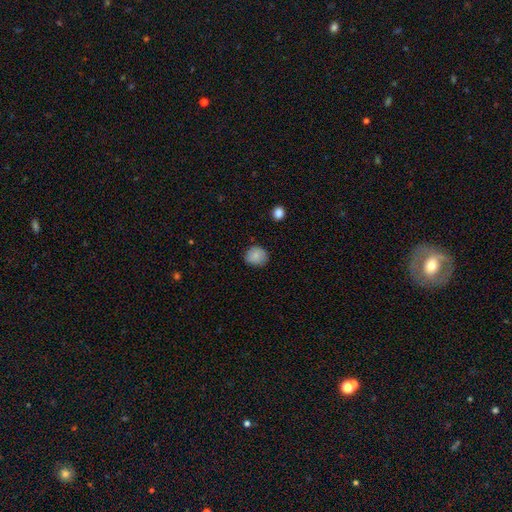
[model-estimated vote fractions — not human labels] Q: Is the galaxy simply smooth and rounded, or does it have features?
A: smooth — 85%.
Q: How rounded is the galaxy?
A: round — 79%.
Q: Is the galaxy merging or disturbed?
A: none — 79%.